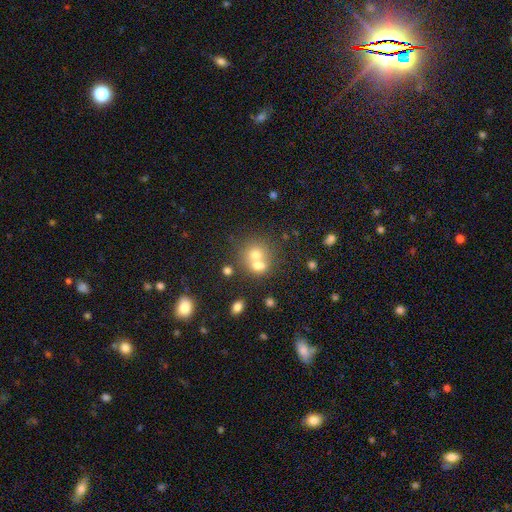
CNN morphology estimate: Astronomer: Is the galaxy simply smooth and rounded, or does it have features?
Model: smooth — 63%.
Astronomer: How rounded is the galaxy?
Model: round — 76%.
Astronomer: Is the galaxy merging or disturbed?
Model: merger — 57% (runner-up: none, 33%).